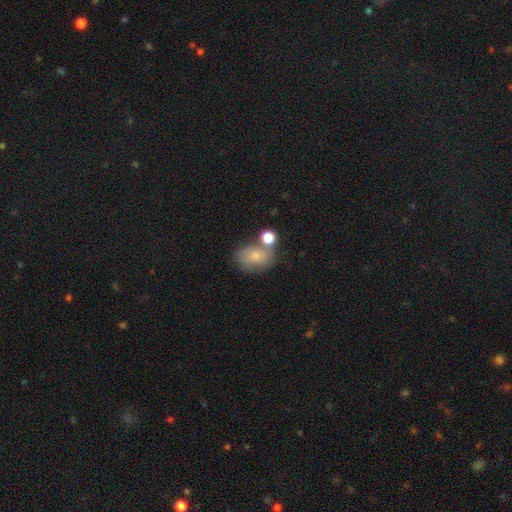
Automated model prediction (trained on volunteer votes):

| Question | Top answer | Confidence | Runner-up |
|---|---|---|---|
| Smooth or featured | smooth | 76% | featured or disk (14%) |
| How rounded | in between | 62% | round (37%) |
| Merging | none | 48% | merger (27%) |